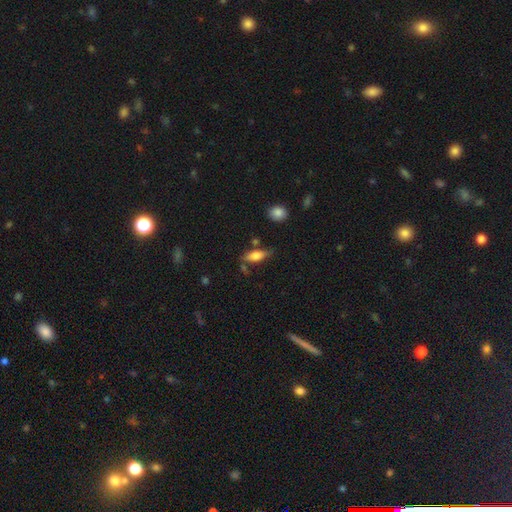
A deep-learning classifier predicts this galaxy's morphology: A smooth galaxy with no disk features (66%) that is in between round and cigar-shaped (61%). Merging: none (65%).